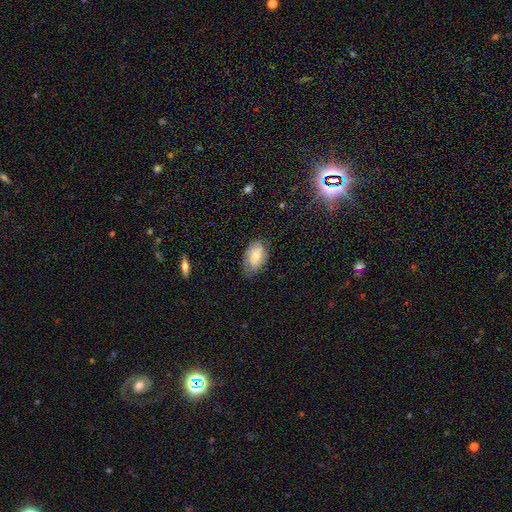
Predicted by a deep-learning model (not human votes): The model was most divided on "merging": none: 66%, minor disturbance: 27%, major disturbance: 6%, merger: 1%. More confident: how rounded — in between (91%); smooth or featured — smooth (72%).